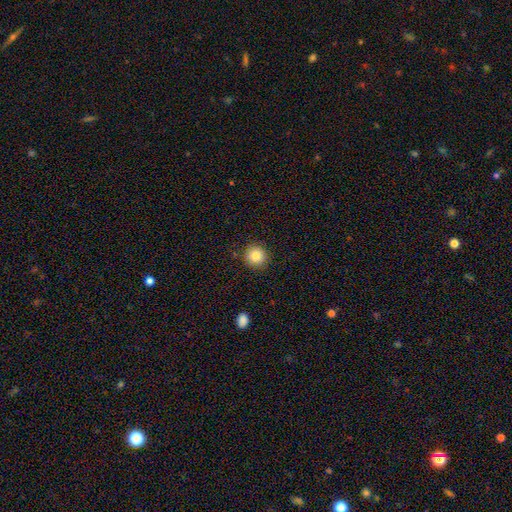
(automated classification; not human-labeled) A smooth galaxy with no disk features (85%) that is round (93%).

Vote fractions:
- Smooth or featured? smooth: 85% / star or artifact: 10% / featured or disk: 6%
- How rounded? round: 93% / in between: 6% / cigar-shaped: 1%
- Merging? none: 90% / minor disturbance: 7% / major disturbance: 2% / merger: 1%